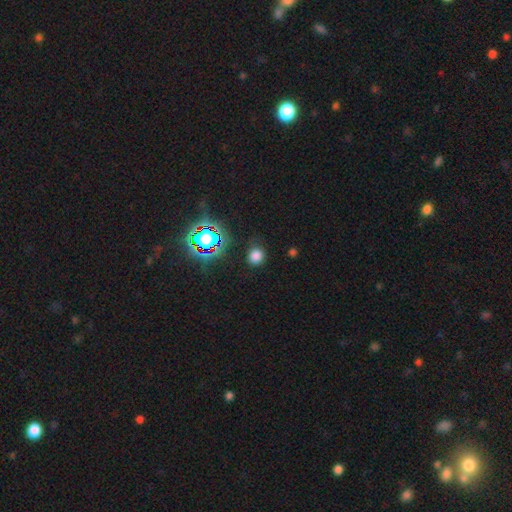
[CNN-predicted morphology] smooth-or-featured: smooth: 73% | star or artifact: 22% | featured or disk: 5%
  how-rounded: round: 81% | in between: 18% | cigar-shaped: 1%
  merging: none: 83% | minor disturbance: 11% | major disturbance: 4% | merger: 2%